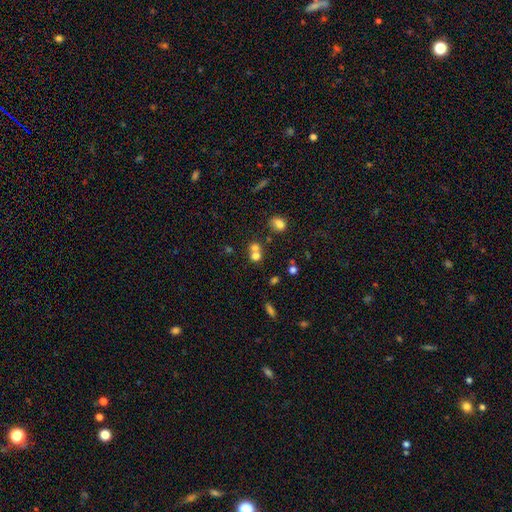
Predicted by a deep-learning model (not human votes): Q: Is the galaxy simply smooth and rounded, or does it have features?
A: smooth — 70%.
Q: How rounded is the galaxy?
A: round — 78%.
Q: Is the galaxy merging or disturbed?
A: merger — 56%.